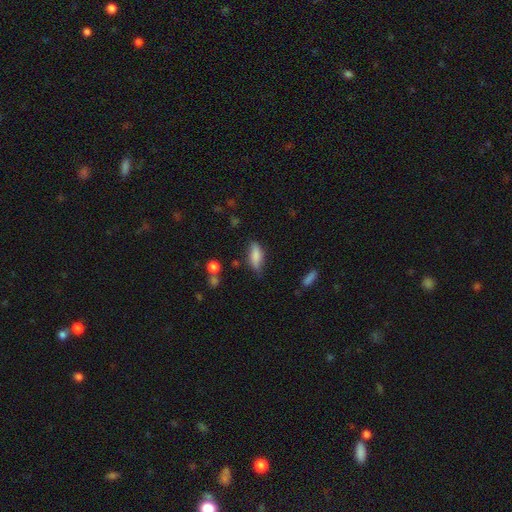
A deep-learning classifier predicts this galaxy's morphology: A smooth galaxy with no disk features (74%) that is in between round and cigar-shaped (66%).

Vote fractions:
- Smooth or featured? smooth: 74% / featured or disk: 19% / star or artifact: 8%
- How rounded? in between: 66% / cigar-shaped: 31% / round: 3%
- Merging? none: 68% / minor disturbance: 24% / major disturbance: 5% / merger: 3%